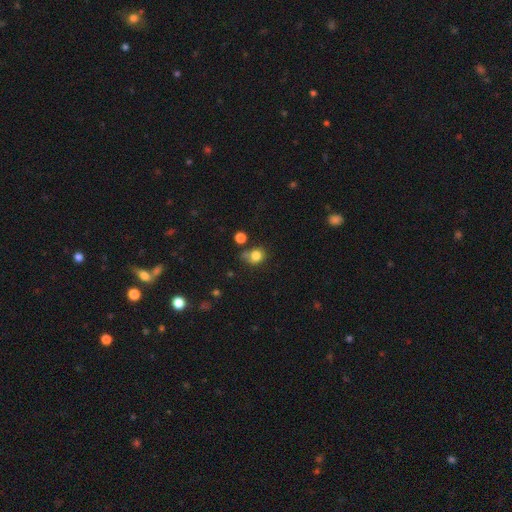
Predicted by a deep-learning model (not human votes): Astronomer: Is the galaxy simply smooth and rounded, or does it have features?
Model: smooth — 80%.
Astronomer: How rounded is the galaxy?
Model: round — 70%.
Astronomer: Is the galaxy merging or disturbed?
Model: none — 51%.